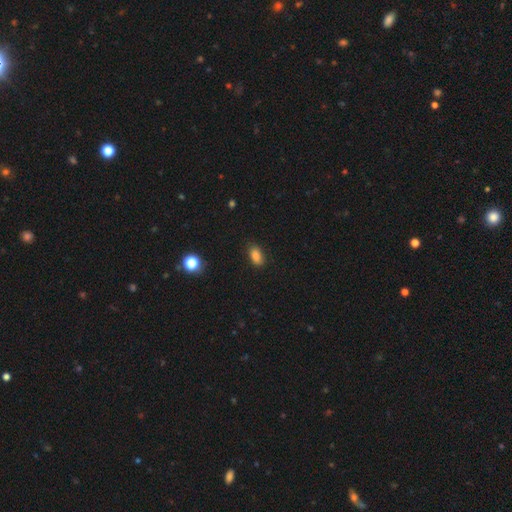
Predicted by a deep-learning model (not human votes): smooth-or-featured: smooth: 85% | star or artifact: 11% | featured or disk: 5%
  how-rounded: in between: 88% | round: 9% | cigar-shaped: 3%
  merging: none: 83% | minor disturbance: 13% | major disturbance: 3% | merger: 1%